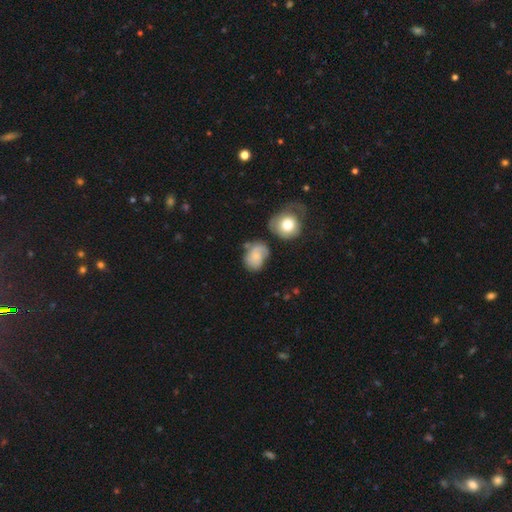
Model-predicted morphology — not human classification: Smooth or featured: smooth — 59% (featured or disk — 33%)
How rounded: in between — 58% (round — 41%)
Merging: none — 46% (minor disturbance — 29%)